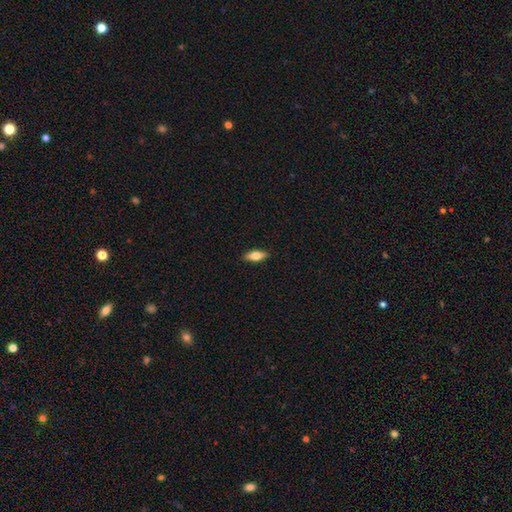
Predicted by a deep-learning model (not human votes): This appears to be a smooth galaxy with no disk features (68%) that is in between round and cigar-shaped (71%). Merging: none (89%).